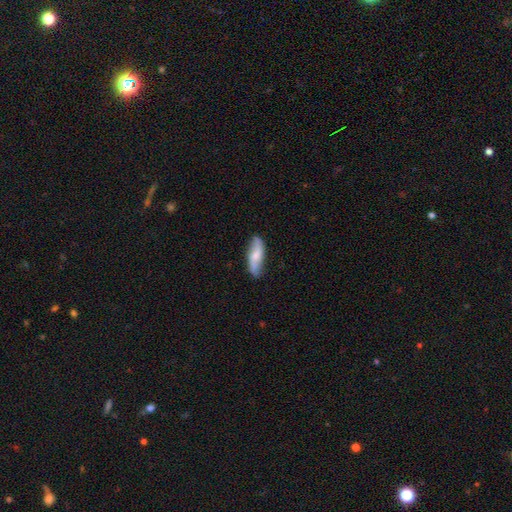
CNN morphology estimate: Smooth or featured?
  - smooth: 51% *
  - featured or disk: 43%
  - star or artifact: 6%
How rounded?
  - in between: 59% *
  - cigar-shaped: 39%
  - round: 3%
Merging?
  - none: 78% *
  - minor disturbance: 17%
  - major disturbance: 3%
  - merger: 2%